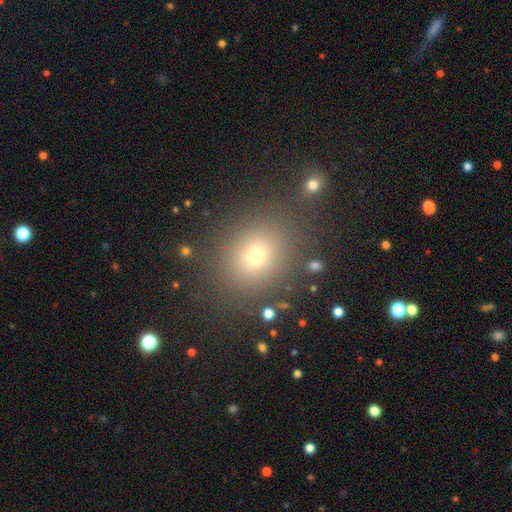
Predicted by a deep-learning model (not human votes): A smooth galaxy with no disk features (64%) that is round (70%).

Vote fractions:
- Smooth or featured? smooth: 64% / star or artifact: 26% / featured or disk: 10%
- How rounded? round: 70% / in between: 28% / cigar-shaped: 1%
- Merging? none: 84% / minor disturbance: 8% / merger: 4% / major disturbance: 4%